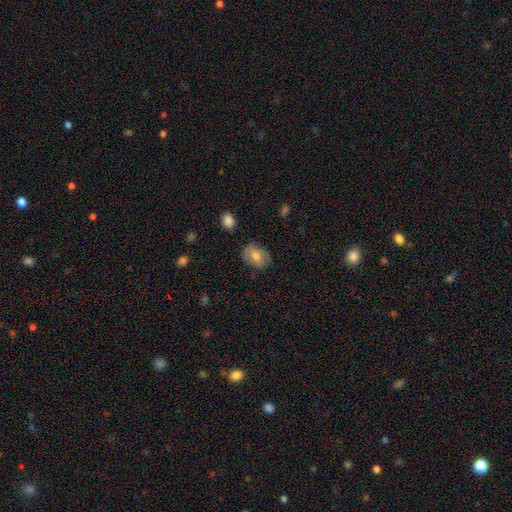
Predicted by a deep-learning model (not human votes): This appears to be a smooth galaxy with no disk features (60%) that is in between round and cigar-shaped (74%). Merging: none (74%).